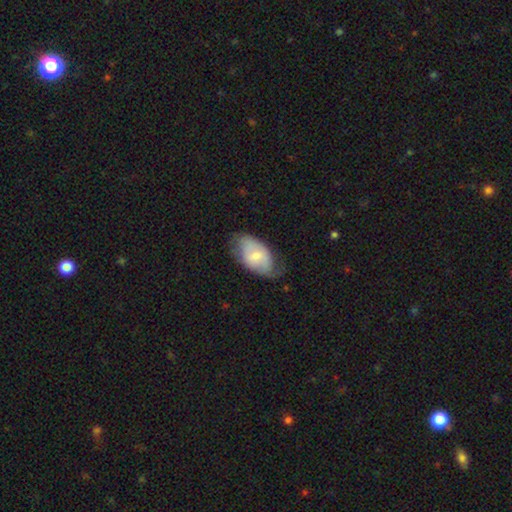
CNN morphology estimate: This is possibly a smooth galaxy (58%). How rounded: clearly in between (92%). Merging: possibly none (57%).